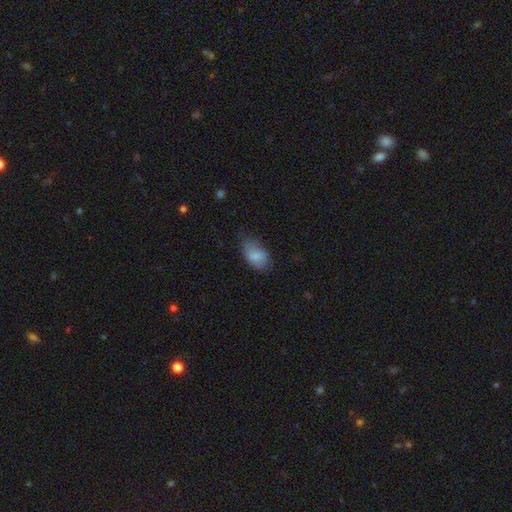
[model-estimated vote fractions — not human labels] This is clearly a smooth galaxy (82%). How rounded: clearly in between (92%). Merging: likely none (60%).